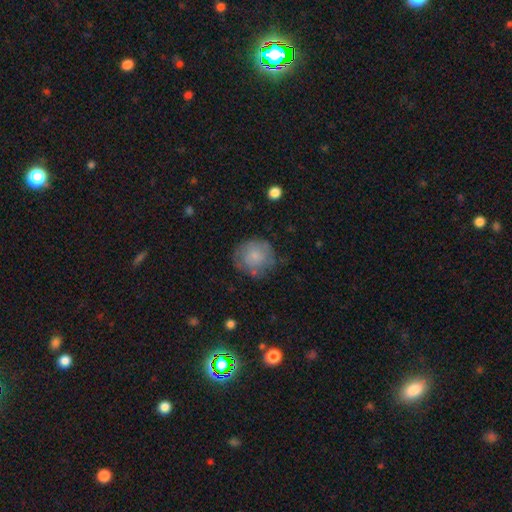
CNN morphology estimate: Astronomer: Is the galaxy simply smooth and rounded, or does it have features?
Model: smooth — 61%.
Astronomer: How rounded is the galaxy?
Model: round — 87%.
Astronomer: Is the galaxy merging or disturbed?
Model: none — 73%.